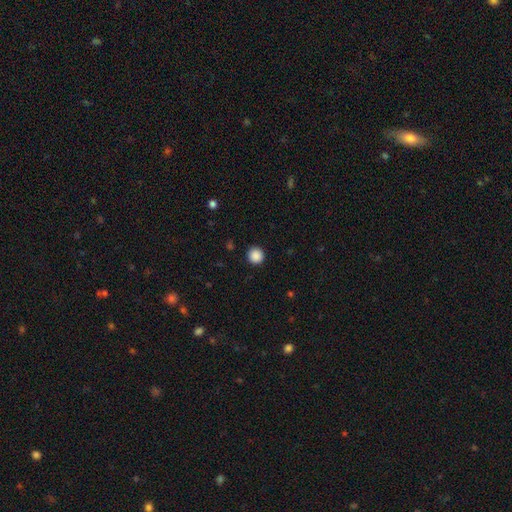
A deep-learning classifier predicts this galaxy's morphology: The model was most divided on "smooth or featured": smooth: 88%, star or artifact: 9%, featured or disk: 2%. More confident: how rounded — round (94%); merging — none (92%).